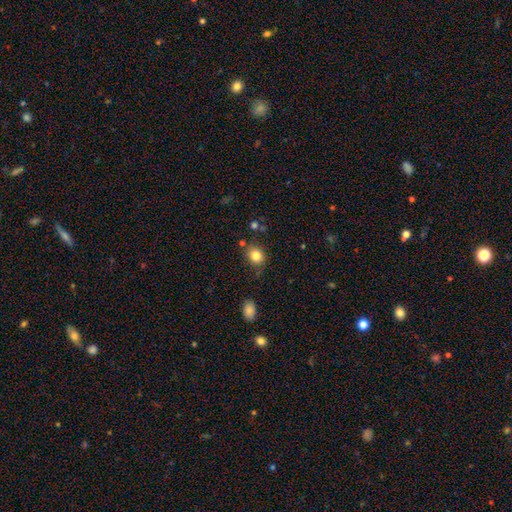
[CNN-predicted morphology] This is clearly a smooth galaxy (83%). How rounded: possibly round (57%). Merging: likely none (76%).